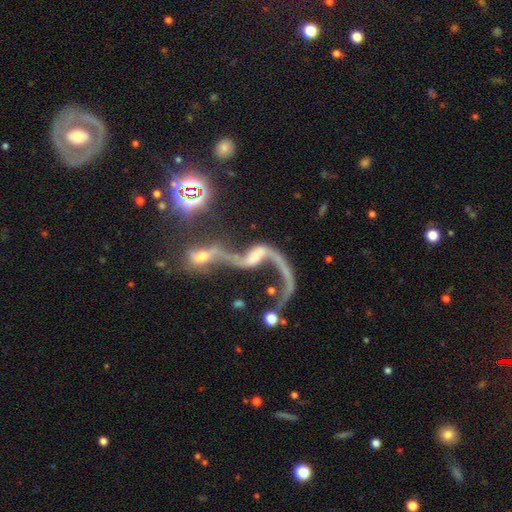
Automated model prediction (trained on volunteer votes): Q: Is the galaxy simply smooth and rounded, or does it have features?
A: featured or disk — 78%.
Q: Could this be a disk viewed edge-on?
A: no — 93%.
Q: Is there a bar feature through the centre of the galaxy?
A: no — 46%.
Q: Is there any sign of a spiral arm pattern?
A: yes — 78%.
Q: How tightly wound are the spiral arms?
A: loose — 94%.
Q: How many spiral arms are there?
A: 2 — 79%.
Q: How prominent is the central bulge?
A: small — 35%.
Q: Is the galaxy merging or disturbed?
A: merger — 59%.